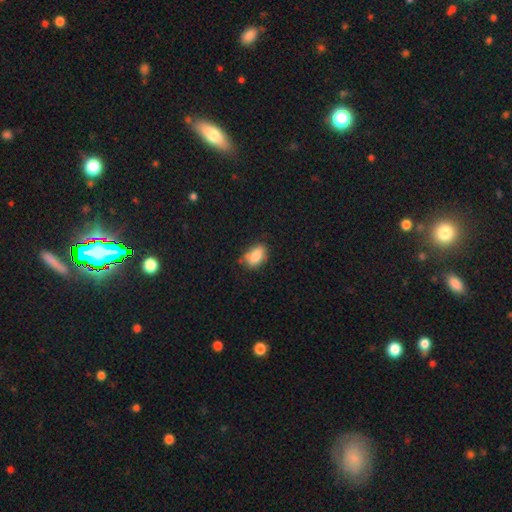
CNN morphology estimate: Smooth or featured? Predicted: smooth (p=0.84). How rounded? Predicted: in between (p=0.86). Merging? Predicted: none (p=0.64).